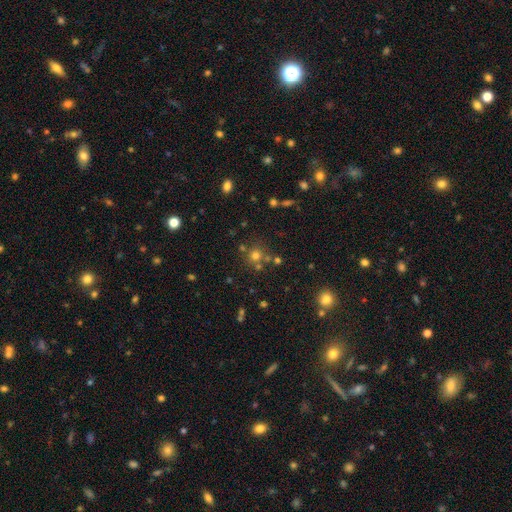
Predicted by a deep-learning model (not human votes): Q: Smooth or featured?
A: smooth (65%); runner-up: star or artifact (25%)
Q: How rounded?
A: round (91%); runner-up: in between (8%)
Q: Merging?
A: none (70%); runner-up: merger (16%)